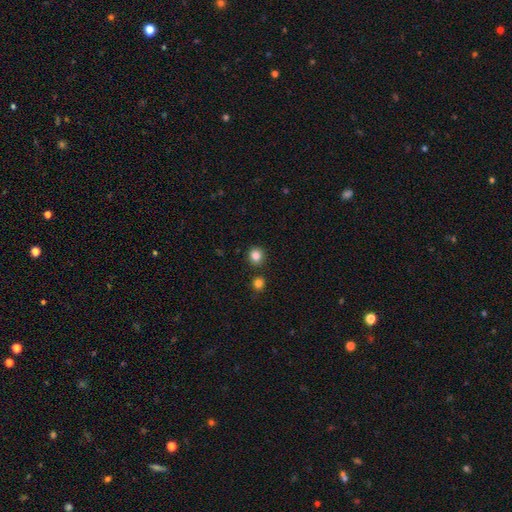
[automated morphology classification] This is clearly a smooth galaxy (84%). How rounded: clearly round (88%). Merging: clearly none (86%).